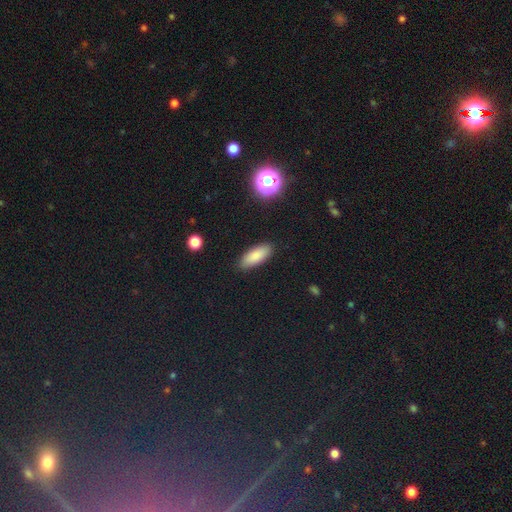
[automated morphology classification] Smooth or featured?
  - smooth: 85% *
  - featured or disk: 8%
  - star or artifact: 8%
How rounded?
  - in between: 77% *
  - cigar-shaped: 21%
  - round: 2%
Merging?
  - none: 87% *
  - minor disturbance: 10%
  - major disturbance: 2%
  - merger: 1%